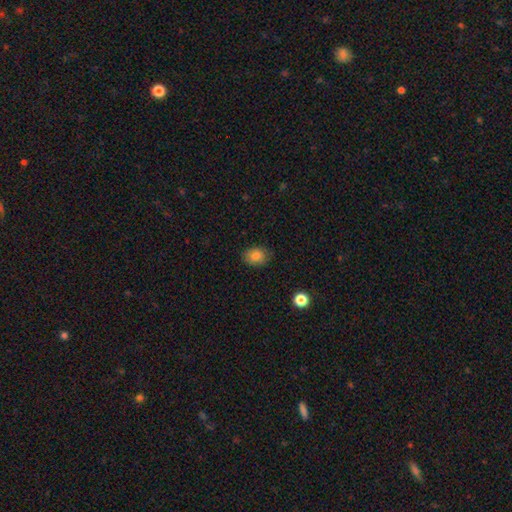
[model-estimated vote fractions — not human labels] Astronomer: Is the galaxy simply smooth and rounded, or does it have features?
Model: smooth — 83%.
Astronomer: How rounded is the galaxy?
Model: round — 51% (runner-up: in between, 48%).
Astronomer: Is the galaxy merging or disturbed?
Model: none — 85%.